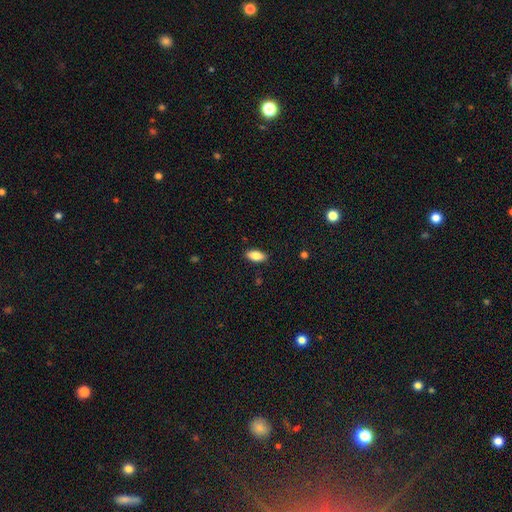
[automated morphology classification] This is clearly a smooth galaxy (80%). How rounded: clearly in between (86%). Merging: clearly none (87%).